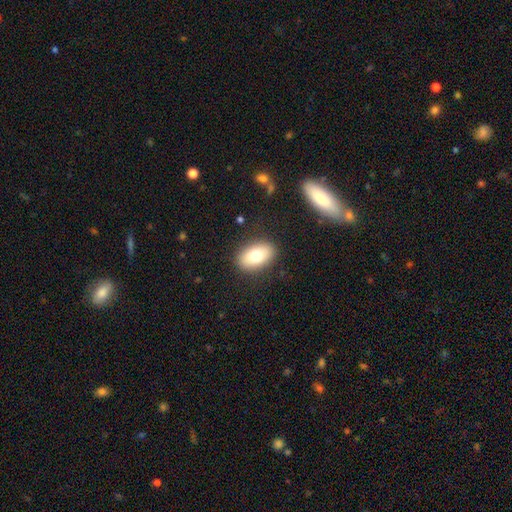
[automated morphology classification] A smooth galaxy with no disk features (75%) that is in between round and cigar-shaped (88%). Merging: none (87%).